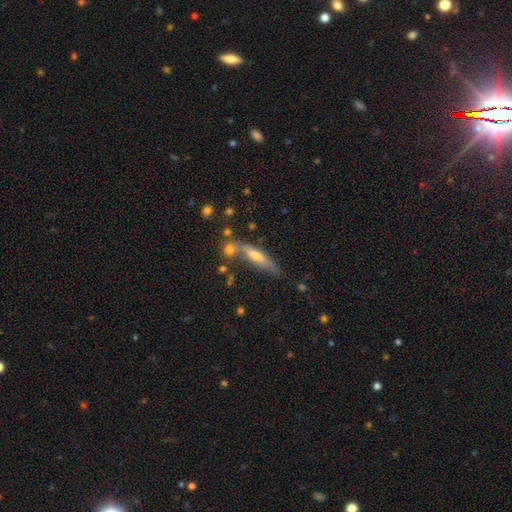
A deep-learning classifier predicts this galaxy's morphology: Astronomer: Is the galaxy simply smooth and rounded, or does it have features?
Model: smooth — 46% (runner-up: featured or disk, 45%).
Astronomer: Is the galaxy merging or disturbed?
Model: none — 59%.